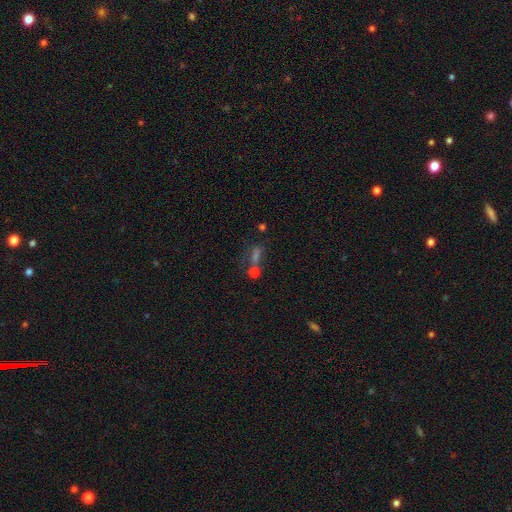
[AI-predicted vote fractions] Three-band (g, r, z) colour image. It shows a smooth galaxy with no disk features (46%). Merging: none (48%).